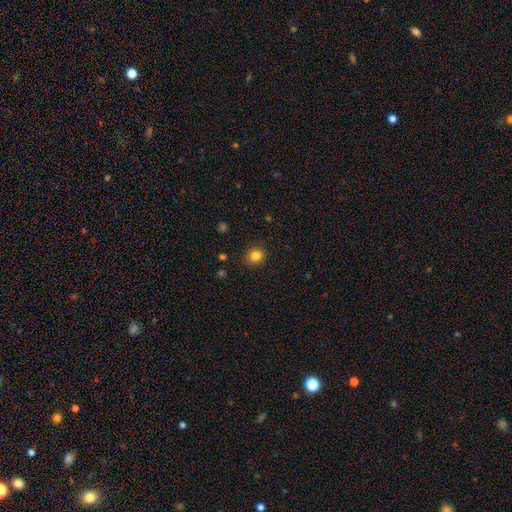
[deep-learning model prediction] The model was most divided on "how rounded": round: 85%, in between: 14%, cigar-shaped: 1%. More confident: merging — none (90%); smooth or featured — smooth (83%).